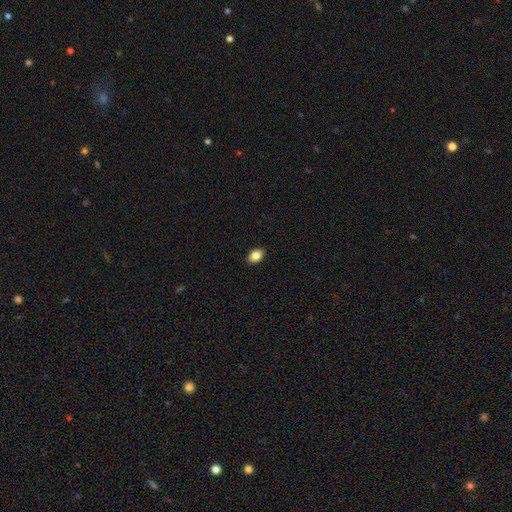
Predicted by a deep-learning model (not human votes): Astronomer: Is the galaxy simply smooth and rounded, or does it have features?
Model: smooth — 85%.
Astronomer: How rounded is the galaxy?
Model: in between — 82%.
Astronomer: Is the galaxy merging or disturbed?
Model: none — 90%.